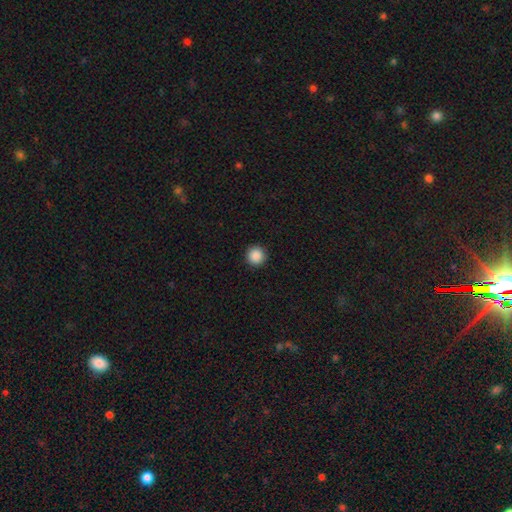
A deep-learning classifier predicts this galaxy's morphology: A smooth galaxy with no disk features (88%) that is round (96%).

Vote fractions:
- Smooth or featured? smooth: 88% / star or artifact: 9% / featured or disk: 2%
- How rounded? round: 96% / in between: 3% / cigar-shaped: 1%
- Merging? none: 93% / minor disturbance: 4% / major disturbance: 2% / merger: 1%